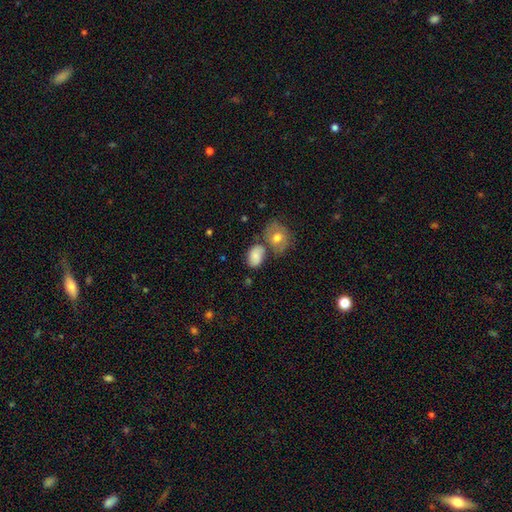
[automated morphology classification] This appears to be a smooth galaxy with no disk features (80%) that is in between round and cigar-shaped (83%). Merging: none (49%).